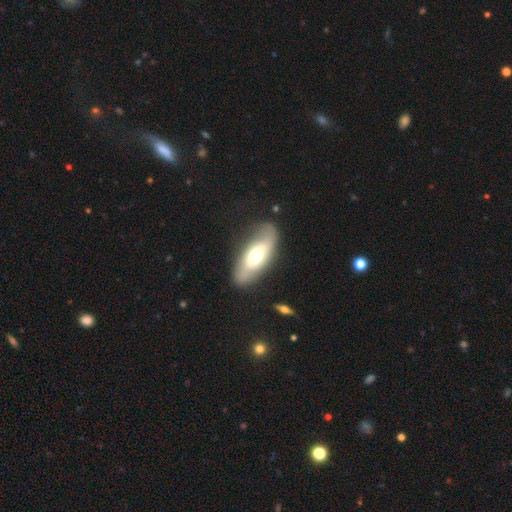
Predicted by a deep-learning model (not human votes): Q: Smooth or featured?
A: smooth (50%); runner-up: featured or disk (44%)
Q: How rounded?
A: in between (79%); runner-up: cigar-shaped (17%)
Q: Merging?
A: none (70%); runner-up: minor disturbance (19%)